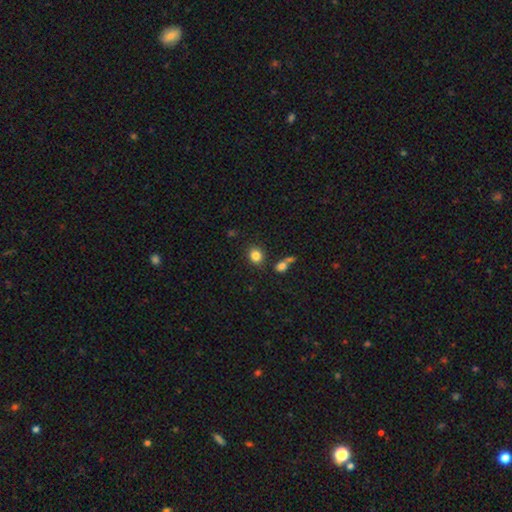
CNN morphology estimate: The model was most divided on "how rounded": round: 64%, in between: 35%, cigar-shaped: 1%. More confident: smooth or featured — smooth (83%); merging — none (81%).